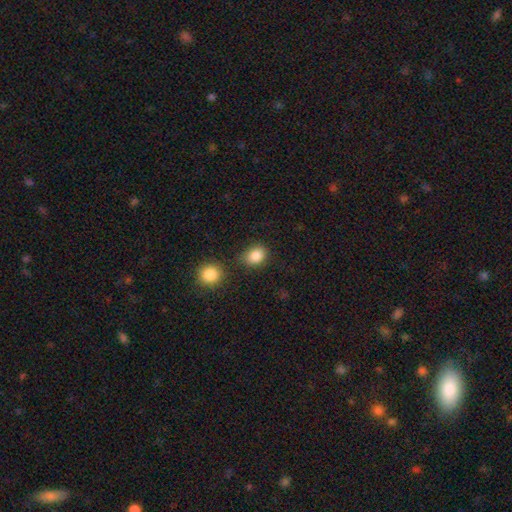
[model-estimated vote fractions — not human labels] Morphology: type=smooth (86%); roundness=in between (57%); merging=none (70%).